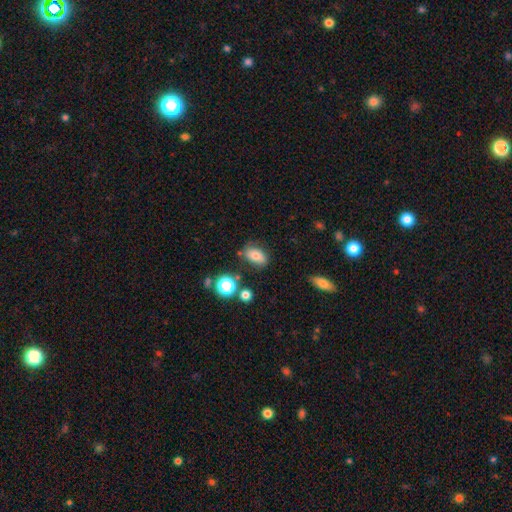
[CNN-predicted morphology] smooth-or-featured: smooth: 70% | featured or disk: 18% | star or artifact: 13%
  how-rounded: in between: 84% | round: 12% | cigar-shaped: 3%
  merging: none: 72% | minor disturbance: 18% | major disturbance: 6% | merger: 5%